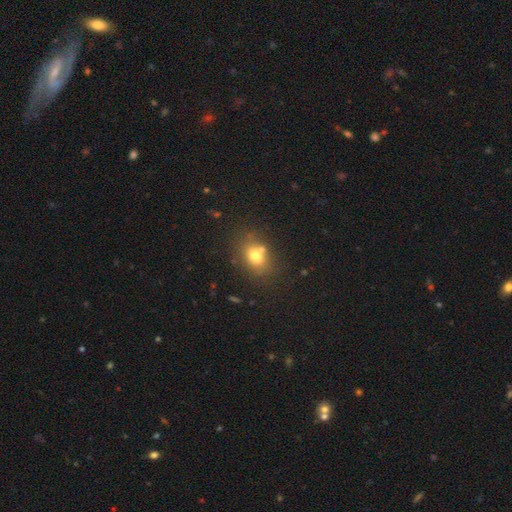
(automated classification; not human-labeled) Smooth or featured: smooth — 73% (featured or disk — 14%)
How rounded: in between — 58% (round — 41%)
Merging: none — 67% (merger — 15%)